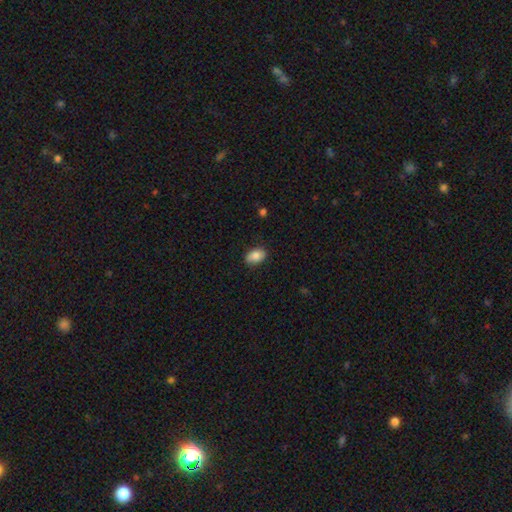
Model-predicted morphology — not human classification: smooth-or-featured: smooth: 84% | featured or disk: 9% | star or artifact: 7%
  how-rounded: in between: 86% | round: 12% | cigar-shaped: 1%
  merging: none: 84% | minor disturbance: 12% | major disturbance: 2% | merger: 1%